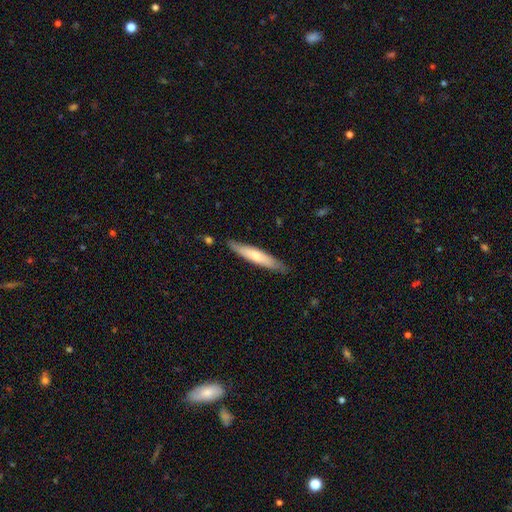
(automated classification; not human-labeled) A smooth galaxy with no disk features (61%) that is cigar-shaped (88%).

Vote fractions:
- Smooth or featured? smooth: 61% / featured or disk: 34% / star or artifact: 5%
- How rounded? cigar-shaped: 88% / in between: 11% / round: 1%
- Merging? none: 84% / minor disturbance: 12% / major disturbance: 2% / merger: 1%